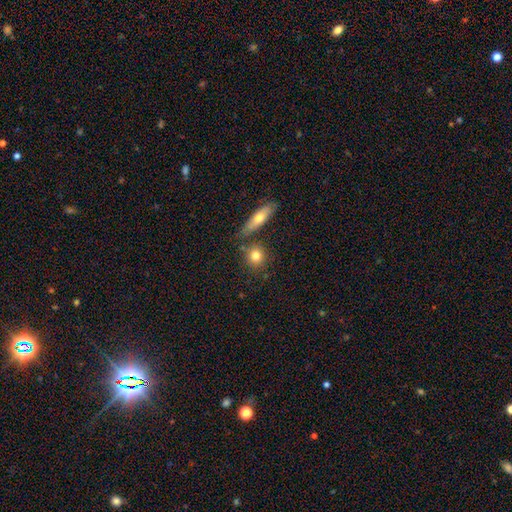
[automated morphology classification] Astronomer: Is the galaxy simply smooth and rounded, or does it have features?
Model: smooth — 77%.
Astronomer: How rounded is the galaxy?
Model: round — 75%.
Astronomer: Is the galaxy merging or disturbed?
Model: none — 71%.